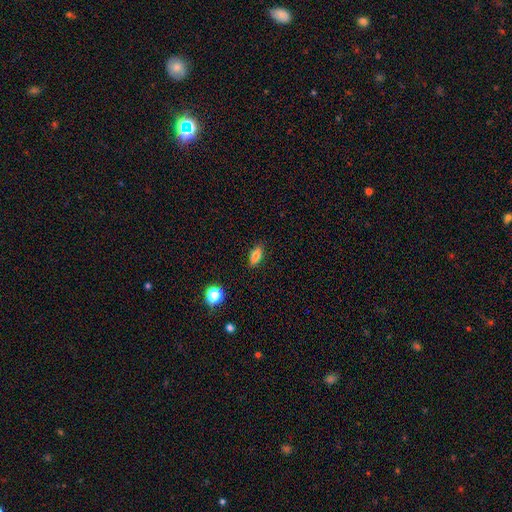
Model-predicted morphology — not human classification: The model was most divided on "how rounded": in between: 79%, cigar-shaped: 16%, round: 6%. More confident: merging — none (86%); smooth or featured — smooth (77%).